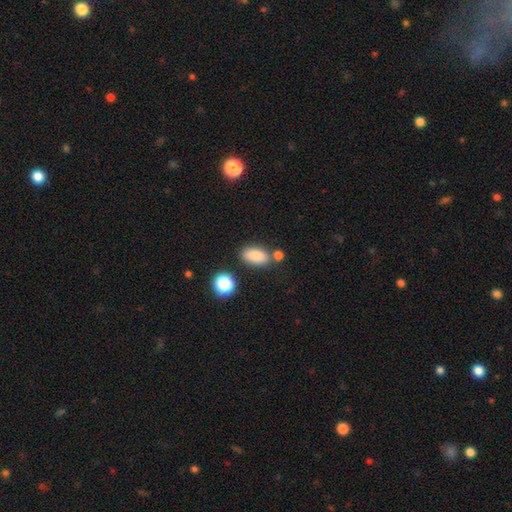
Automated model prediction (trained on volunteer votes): This is clearly a smooth galaxy (85%). How rounded: clearly in between (89%). Merging: likely none (72%).